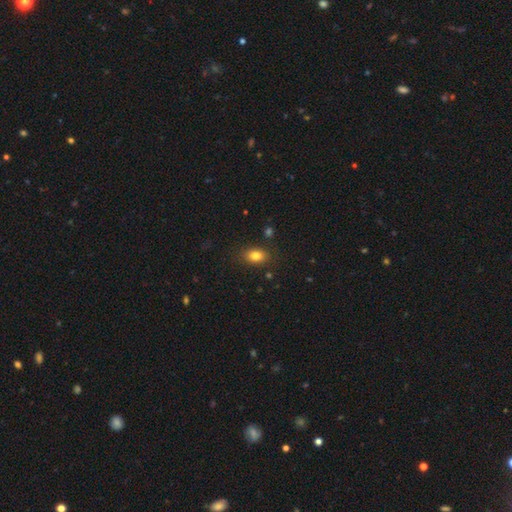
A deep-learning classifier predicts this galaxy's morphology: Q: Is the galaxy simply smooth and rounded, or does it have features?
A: smooth — 81%.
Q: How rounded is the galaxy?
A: in between — 79%.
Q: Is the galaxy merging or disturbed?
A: none — 85%.